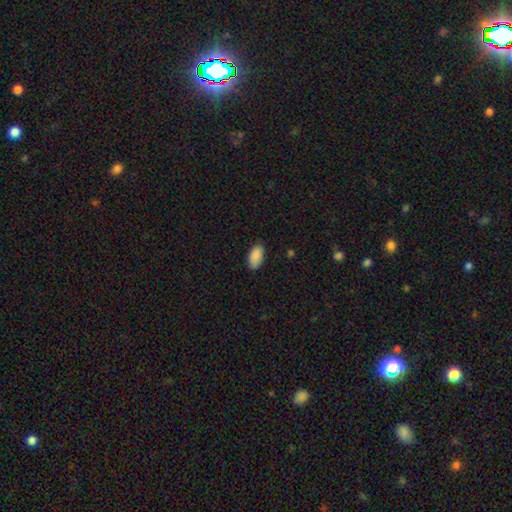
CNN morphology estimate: This is clearly a smooth galaxy (89%). How rounded: clearly in between (95%). Merging: clearly none (81%).